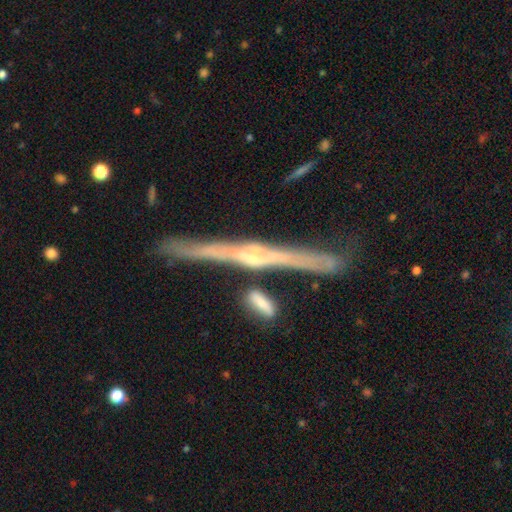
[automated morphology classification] Smooth or featured: featured or disk — 83% (smooth — 11%)
Edge-on disk: yes — 97% (no — 3%)
Edge-on bulge: rounded — 65% (none — 24%)
Merging: none — 79% (minor disturbance — 11%)